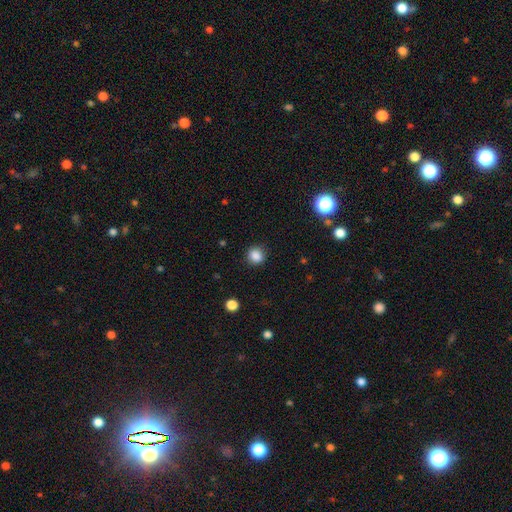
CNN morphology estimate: Smooth or featured? smooth (86%)
How rounded? round (87%)
Merging? none (88%)